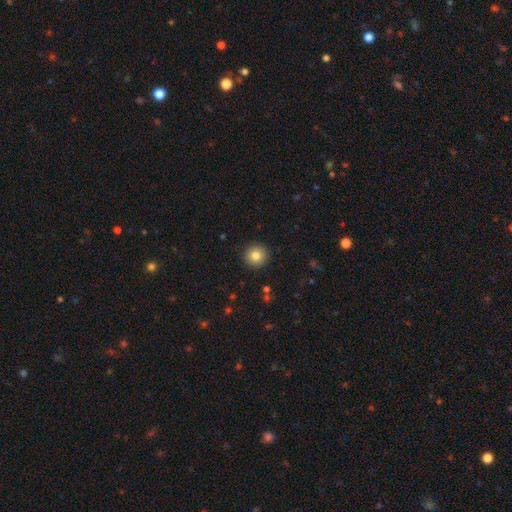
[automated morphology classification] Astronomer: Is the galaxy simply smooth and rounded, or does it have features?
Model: smooth — 82%.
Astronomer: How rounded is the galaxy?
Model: round — 95%.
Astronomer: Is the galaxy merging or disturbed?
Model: none — 92%.